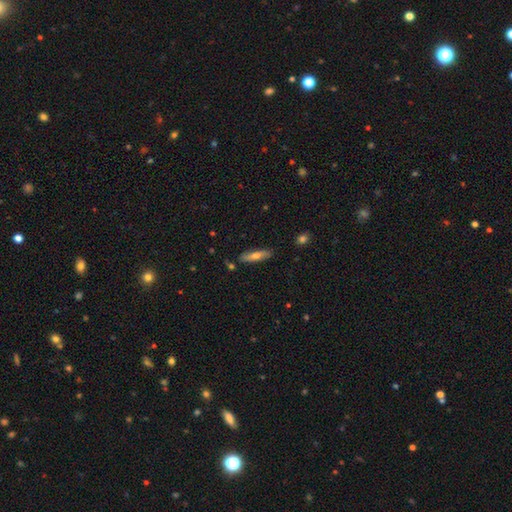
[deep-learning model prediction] smooth 57%, featured or disk 36%, star or artifact 7%. Down the decision tree: how rounded — cigar-shaped (78%); merging — none (85%).